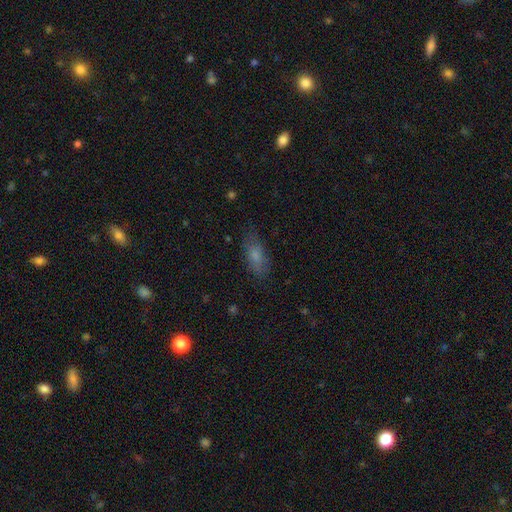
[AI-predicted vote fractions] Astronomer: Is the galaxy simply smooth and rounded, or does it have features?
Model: smooth — 74%.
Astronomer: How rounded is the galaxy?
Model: in between — 76%.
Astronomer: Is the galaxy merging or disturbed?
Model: none — 72%.